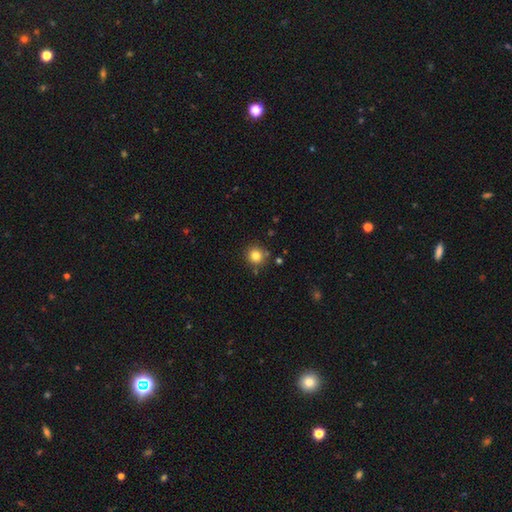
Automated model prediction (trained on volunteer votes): This is clearly a smooth galaxy (83%). How rounded: clearly round (93%). Merging: clearly none (84%).